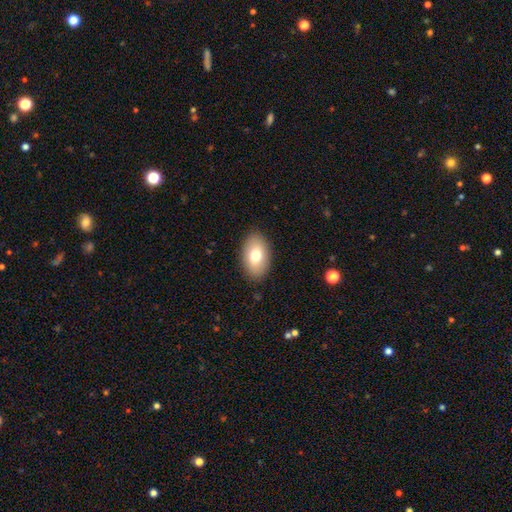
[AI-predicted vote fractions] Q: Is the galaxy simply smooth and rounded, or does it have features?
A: smooth — 75%.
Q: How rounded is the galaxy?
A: in between — 92%.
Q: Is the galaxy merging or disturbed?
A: none — 88%.